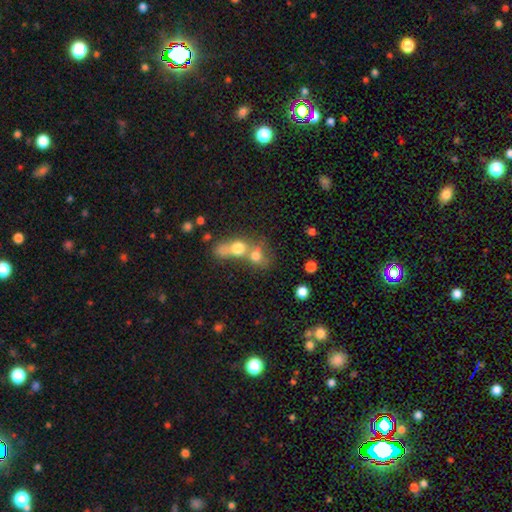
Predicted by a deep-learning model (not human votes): A smooth galaxy with no disk features (68%) that is round (65%).

Vote fractions:
- Smooth or featured? smooth: 68% / featured or disk: 18% / star or artifact: 13%
- How rounded? round: 65% / in between: 32% / cigar-shaped: 3%
- Merging? merger: 66% / none: 22% / major disturbance: 6% / minor disturbance: 6%